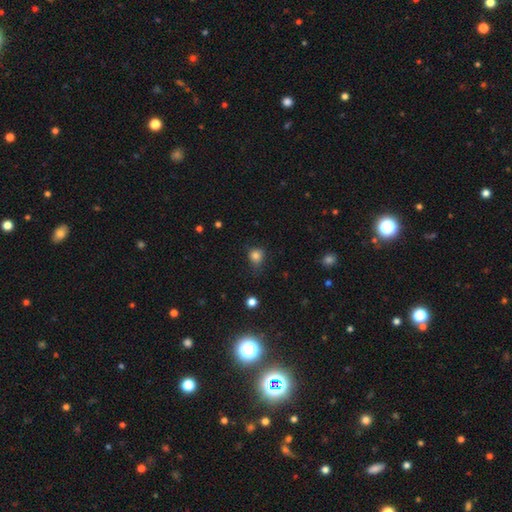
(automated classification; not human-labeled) smooth-or-featured: smooth: 81% | star or artifact: 13% | featured or disk: 6%
  how-rounded: round: 77% | in between: 22% | cigar-shaped: 1%
  merging: none: 63% | minor disturbance: 27% | major disturbance: 8% | merger: 2%